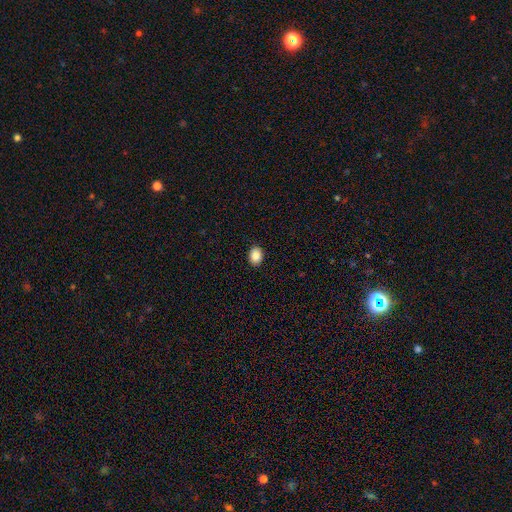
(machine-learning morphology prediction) Smooth or featured: smooth — 85% (star or artifact — 9%)
How rounded: in between — 68% (round — 31%)
Merging: none — 91% (minor disturbance — 7%)